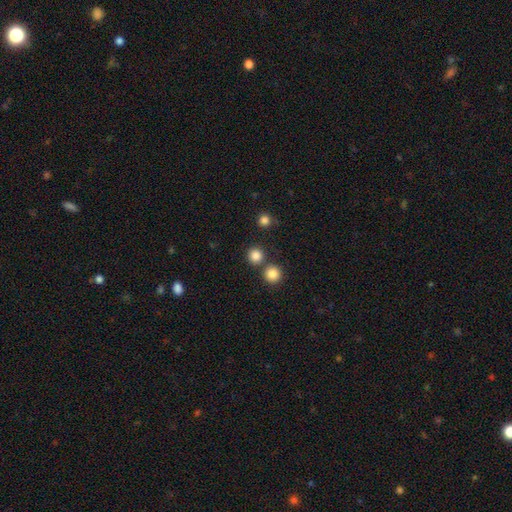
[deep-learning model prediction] A smooth galaxy with no disk features (83%) that is round (93%). Merging: none (78%).